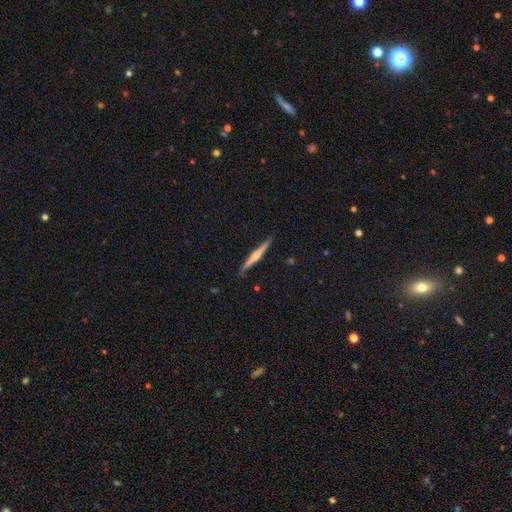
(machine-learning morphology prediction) smooth-or-featured: featured or disk: 71% | smooth: 24% | star or artifact: 5%
  disk-edge-on: yes: 98% | no: 2%
    edge-on-bulge: rounded: 78% | none: 13% | boxy: 9%
  merging: none: 87% | minor disturbance: 10% | major disturbance: 2% | merger: 1%